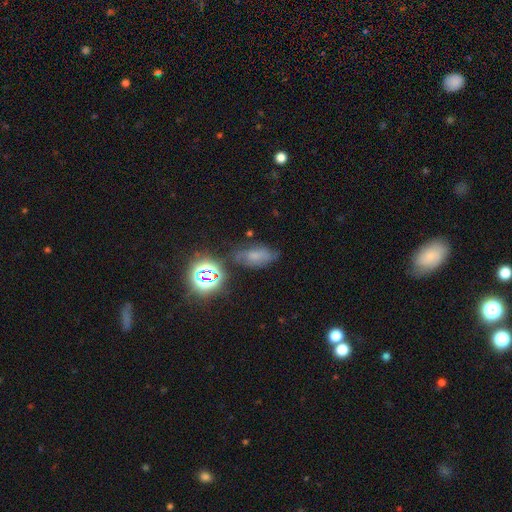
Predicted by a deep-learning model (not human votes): Overall: smooth (46%; featured or disk 28%). Merging: none (58%; minor disturbance 27%).